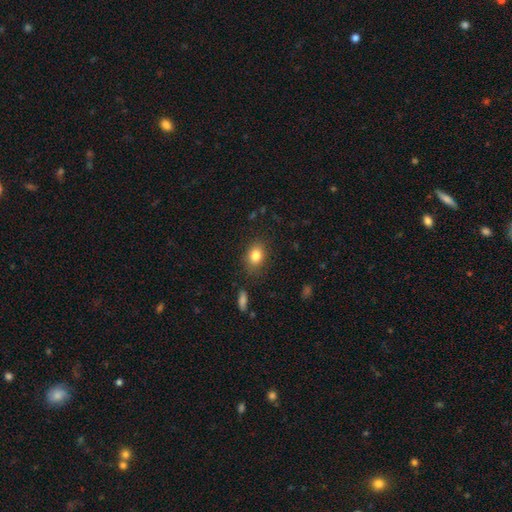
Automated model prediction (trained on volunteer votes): Smooth or featured?
  - smooth: 84% *
  - star or artifact: 9%
  - featured or disk: 7%
How rounded?
  - in between: 71% *
  - round: 27%
  - cigar-shaped: 1%
Merging?
  - none: 79% *
  - minor disturbance: 15%
  - major disturbance: 4%
  - merger: 2%